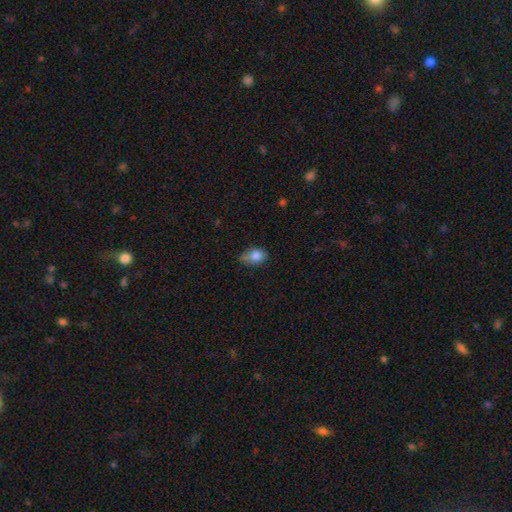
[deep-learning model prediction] This appears to be a smooth galaxy with no disk features (81%) that is in between round and cigar-shaped (75%). Merging: none (47%).